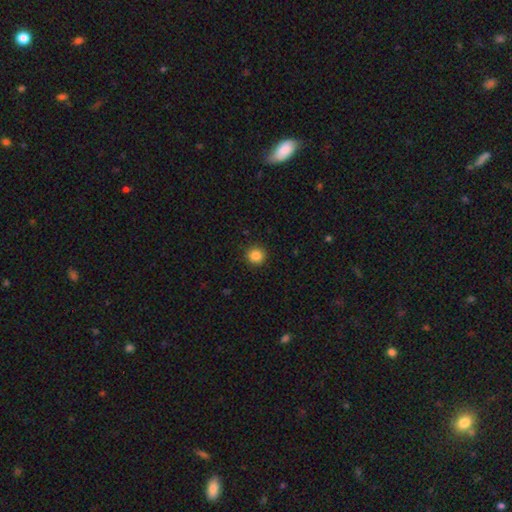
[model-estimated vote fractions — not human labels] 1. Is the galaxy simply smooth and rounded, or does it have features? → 86% smooth, 11% star or artifact, 4% featured or disk.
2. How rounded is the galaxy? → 94% round, 5% in between, 1% cigar-shaped.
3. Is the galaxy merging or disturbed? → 92% none, 5% minor disturbance, 2% major disturbance, 1% merger.